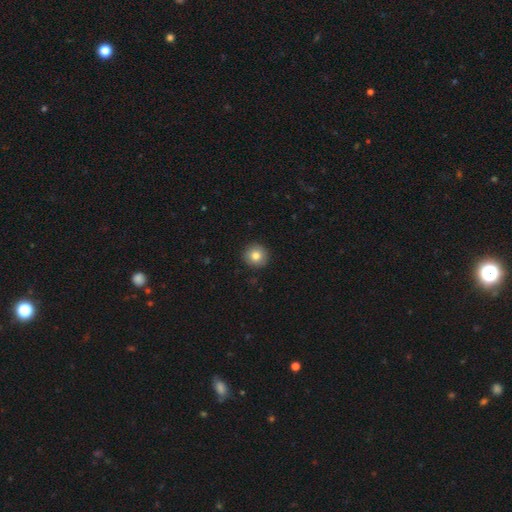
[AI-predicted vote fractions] Smooth or featured?
  - smooth: 82% *
  - star or artifact: 9%
  - featured or disk: 9%
How rounded?
  - round: 95% *
  - in between: 4%
  - cigar-shaped: 1%
Merging?
  - none: 92% *
  - minor disturbance: 5%
  - major disturbance: 2%
  - merger: 1%